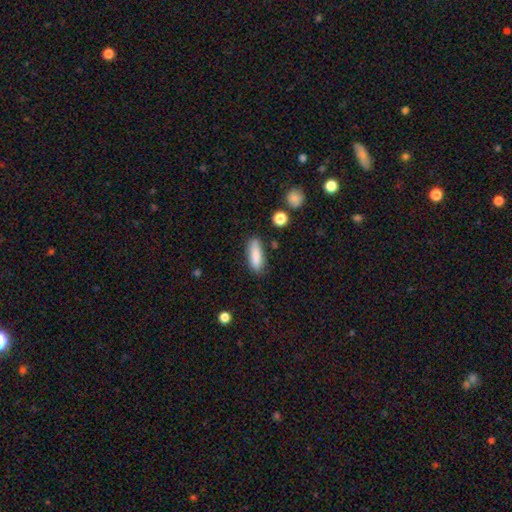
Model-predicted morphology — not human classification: Smooth or featured: smooth — 85% (featured or disk — 8%)
How rounded: in between — 49% (cigar-shaped — 48%)
Merging: none — 79% (minor disturbance — 15%)